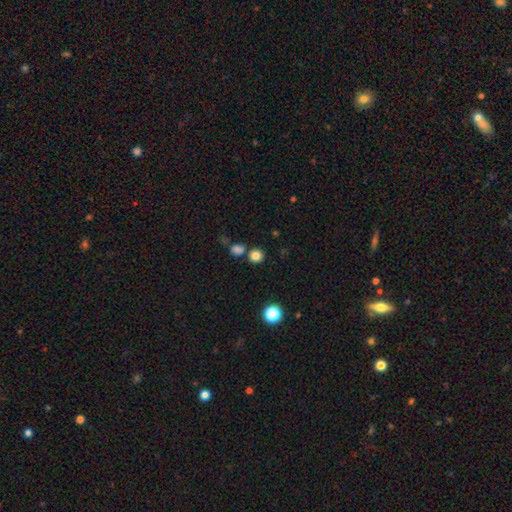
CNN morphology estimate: type=smooth (82%); roundness=round (90%); merging=none (75%).